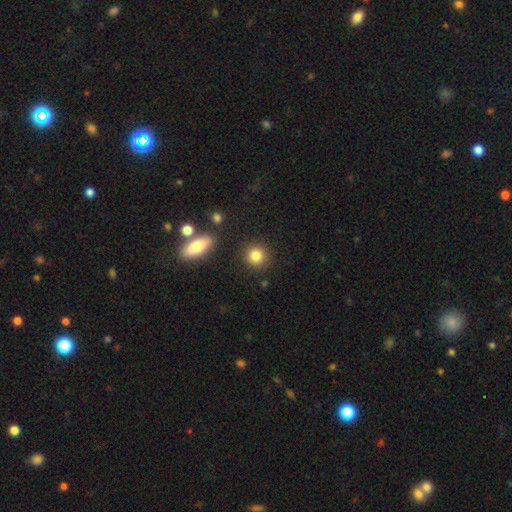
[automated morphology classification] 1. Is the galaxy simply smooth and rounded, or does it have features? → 85% smooth, 9% star or artifact, 5% featured or disk.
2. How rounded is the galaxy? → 88% round, 11% in between, 1% cigar-shaped.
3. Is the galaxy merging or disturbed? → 87% none, 7% minor disturbance, 3% merger, 3% major disturbance.